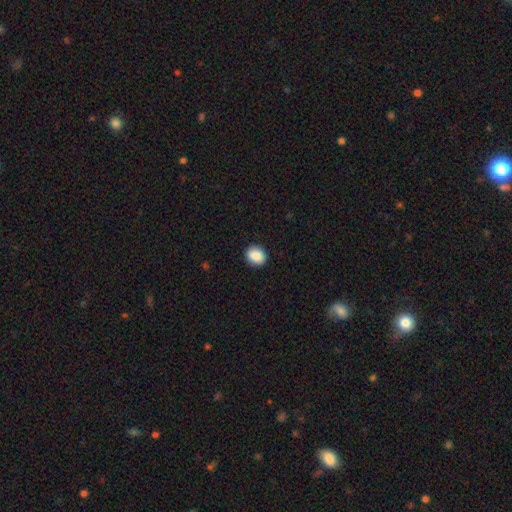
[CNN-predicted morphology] A smooth galaxy with no disk features (89%) that is round (68%).

Vote fractions:
- Smooth or featured? smooth: 89% / star or artifact: 8% / featured or disk: 3%
- How rounded? round: 68% / in between: 31% / cigar-shaped: 1%
- Merging? none: 90% / minor disturbance: 7% / major disturbance: 2% / merger: 1%